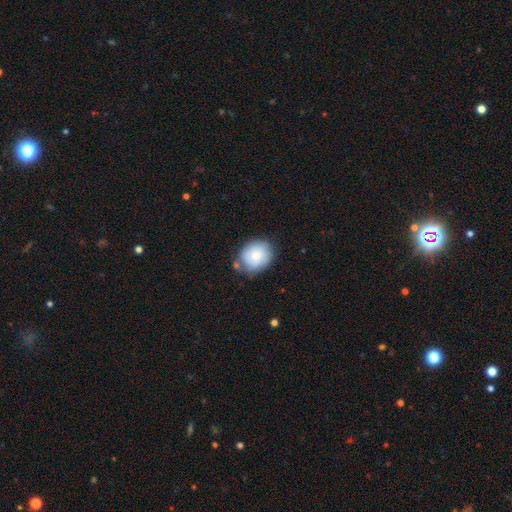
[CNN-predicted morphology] Smooth or featured? Predicted: smooth (p=0.79). How rounded? Predicted: round (p=0.60). Merging? Predicted: none (p=0.67).